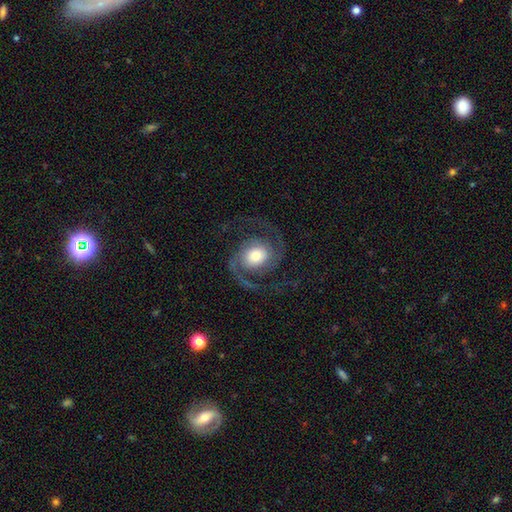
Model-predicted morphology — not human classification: This appears to be a featured or disk galaxy (90%) with no bar (69%), 2 (93%) medium (54%) spiral arms (98%) and a moderate central bulge (47%). Merging: none (76%).